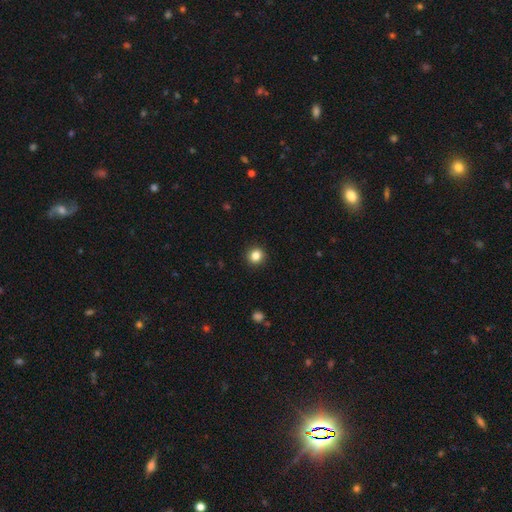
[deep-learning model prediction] Overall: smooth (84%). How rounded: round (91%). Merging: none (92%).